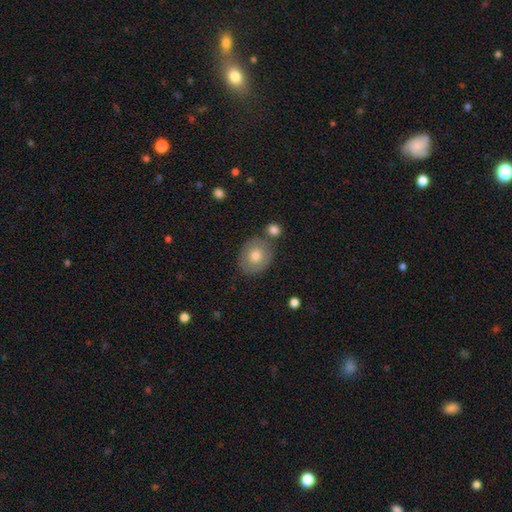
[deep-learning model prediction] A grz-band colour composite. It shows a smooth galaxy with no disk features (66%) that is round (56%). Merging: none (74%).